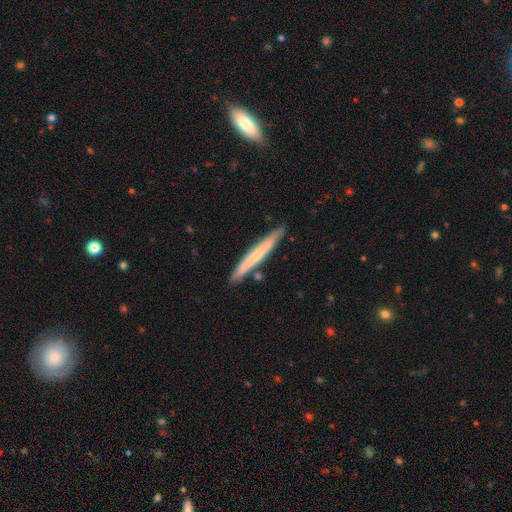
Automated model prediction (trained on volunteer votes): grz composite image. It shows a smooth galaxy with no disk features (56%) that is cigar-shaped (96%). Merging: none (86%).